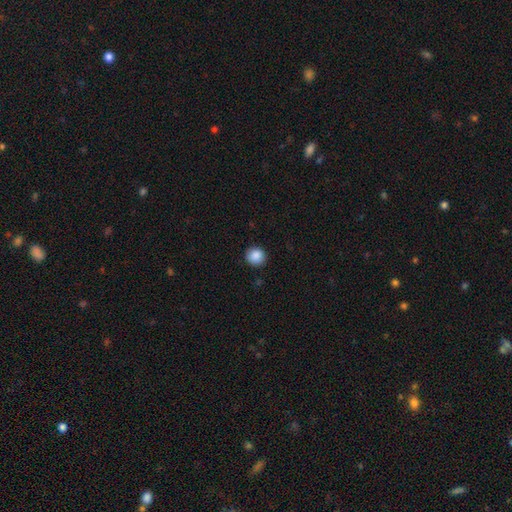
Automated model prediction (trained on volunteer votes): A smooth galaxy with no disk features (88%) that is round (90%). Merging: none (89%).